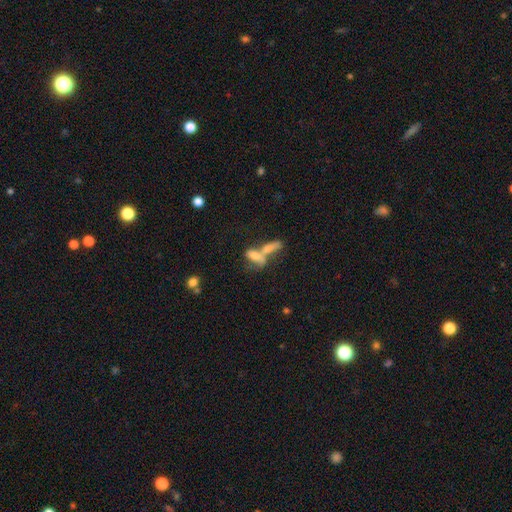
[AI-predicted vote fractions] Overall: smooth (58%; featured or disk 30%). How rounded: in between (62%; cigar-shaped 32%). Merging: merger (65%).